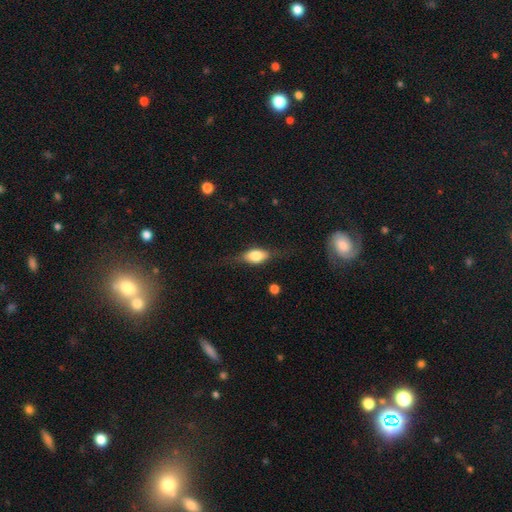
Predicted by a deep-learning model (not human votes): Smooth or featured?
  - smooth: 49% *
  - featured or disk: 43%
  - star or artifact: 8%
Merging?
  - none: 69% *
  - minor disturbance: 20%
  - major disturbance: 10%
  - merger: 2%